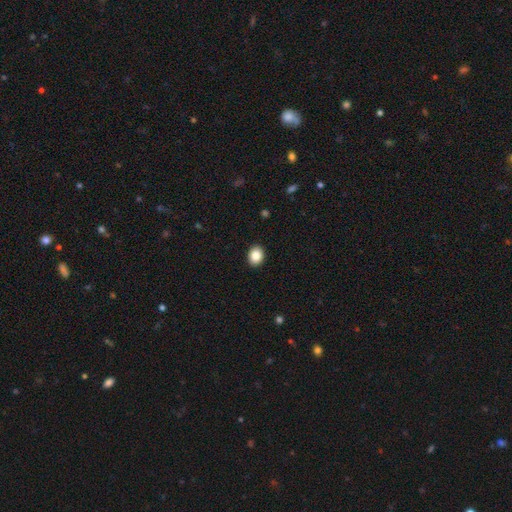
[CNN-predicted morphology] Smooth or featured: smooth — 86% (star or artifact — 9%)
How rounded: in between — 52% (round — 47%)
Merging: none — 91% (minor disturbance — 6%)